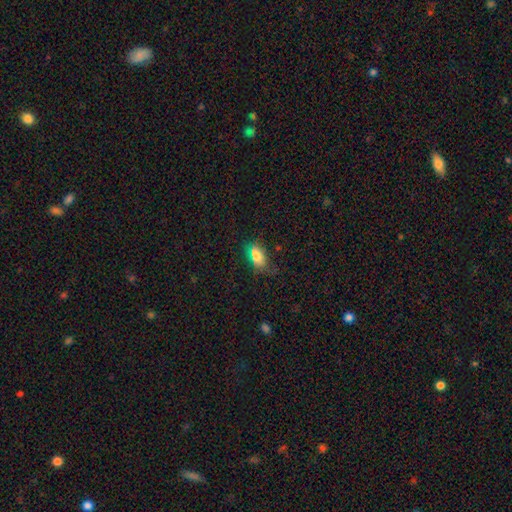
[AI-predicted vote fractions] Smooth or featured? smooth (80%)
How rounded? in between (88%)
Merging? none (68%)